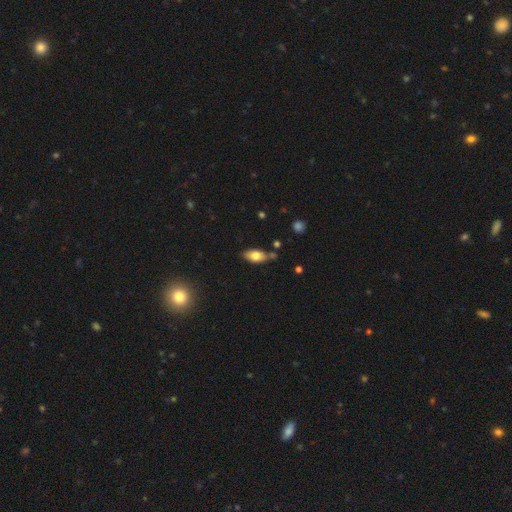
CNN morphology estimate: Smooth or featured: smooth — 74% (featured or disk — 18%)
How rounded: in between — 89% (cigar-shaped — 7%)
Merging: none — 72% (minor disturbance — 17%)